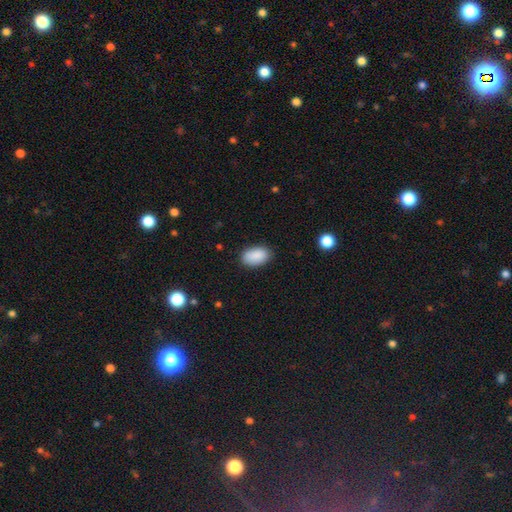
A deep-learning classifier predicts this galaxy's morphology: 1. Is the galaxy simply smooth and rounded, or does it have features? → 89% smooth, 7% star or artifact, 4% featured or disk.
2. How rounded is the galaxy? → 93% in between, 5% round, 2% cigar-shaped.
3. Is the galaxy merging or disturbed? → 84% none, 12% minor disturbance, 3% major disturbance, 1% merger.